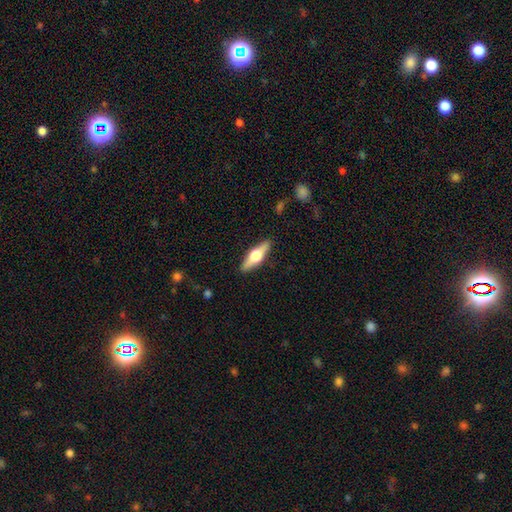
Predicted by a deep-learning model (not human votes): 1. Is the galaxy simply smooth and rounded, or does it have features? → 60% featured or disk, 35% smooth, 5% star or artifact.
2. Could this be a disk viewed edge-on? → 94% yes, 6% no.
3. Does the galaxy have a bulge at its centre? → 95% rounded, 3% boxy, 1% none.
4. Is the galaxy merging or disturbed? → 90% none, 8% minor disturbance, 2% major disturbance, 1% merger.